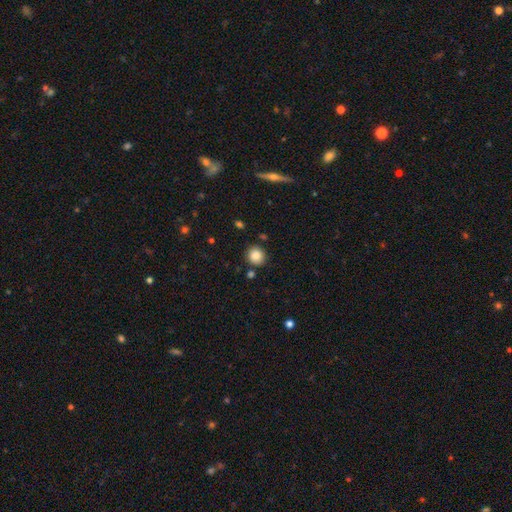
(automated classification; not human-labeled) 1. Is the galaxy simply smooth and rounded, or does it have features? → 85% smooth, 10% star or artifact, 5% featured or disk.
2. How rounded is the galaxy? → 89% round, 11% in between, 1% cigar-shaped.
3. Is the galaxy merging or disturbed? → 86% none, 8% minor disturbance, 4% merger, 2% major disturbance.